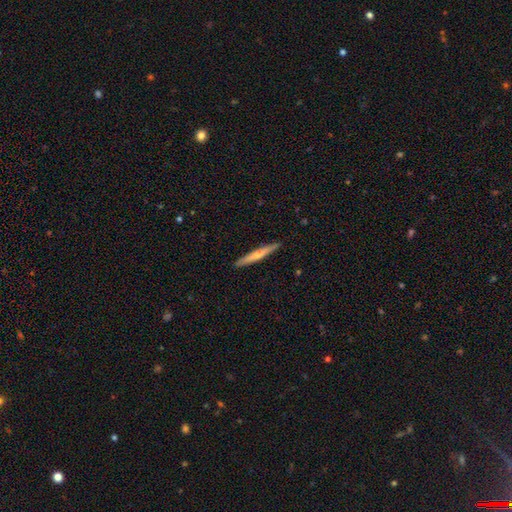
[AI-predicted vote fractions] smooth-or-featured: smooth: 51% | featured or disk: 44% | star or artifact: 6%
  how-rounded: cigar-shaped: 96% | in between: 3% | round: 1%
  merging: none: 92% | minor disturbance: 6% | major disturbance: 1% | merger: 1%